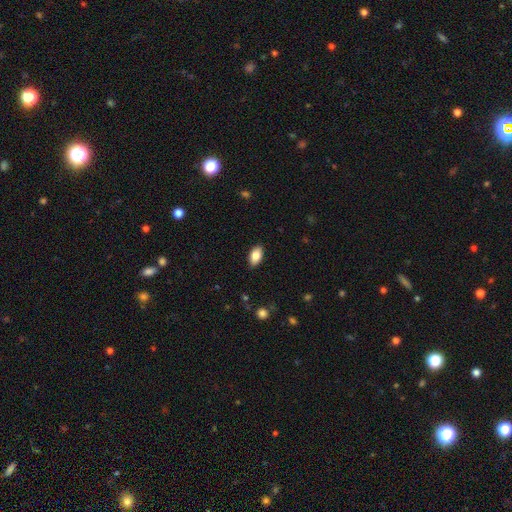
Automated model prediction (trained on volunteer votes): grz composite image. It shows a smooth galaxy with no disk features (85%) that is in between round and cigar-shaped (93%). Merging: none (87%).